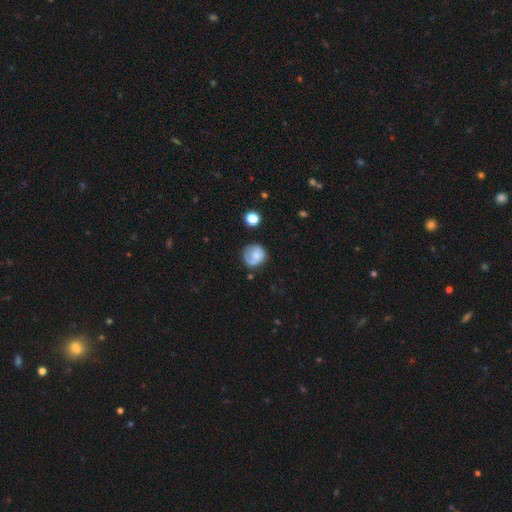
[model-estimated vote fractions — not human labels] The model was most divided on "merging": none: 56%, minor disturbance: 26%, major disturbance: 13%, merger: 5%. More confident: how rounded — round (84%); smooth or featured — smooth (64%).